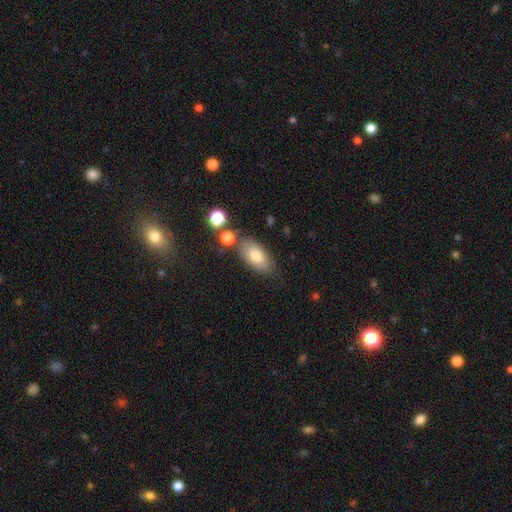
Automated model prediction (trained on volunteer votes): The model was most divided on "merging": none: 71%, minor disturbance: 16%, merger: 8%, major disturbance: 5%. More confident: how rounded — in between (91%); smooth or featured — smooth (79%).